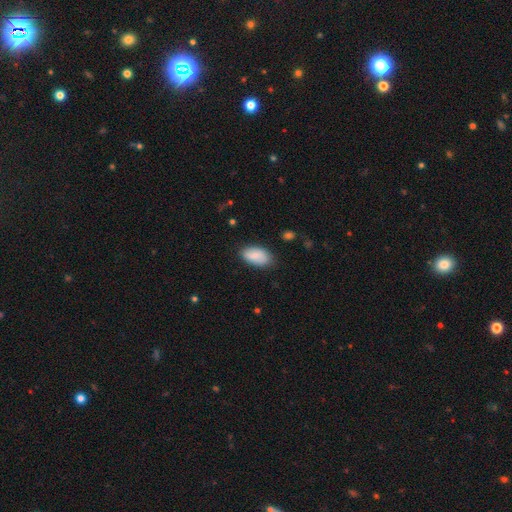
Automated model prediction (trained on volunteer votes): smooth 84%, featured or disk 10%, star or artifact 6%. Down the decision tree: how rounded — in between (94%); merging — none (78%).